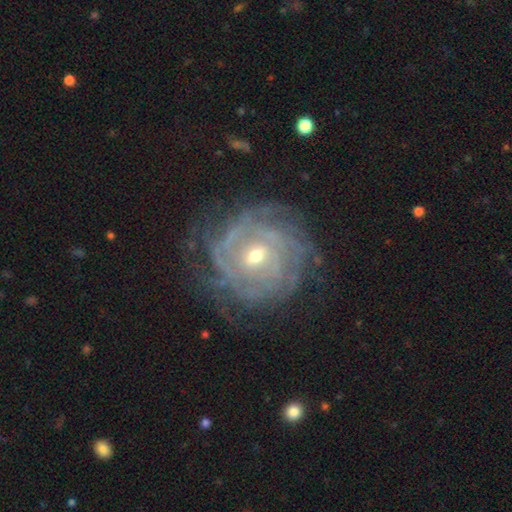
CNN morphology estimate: type=featured or disk (88%); edge-on=no (97%); bar=no (54%); spiral arms=yes (96%); winding=tight (80%); arm count=can't tell (37%); bulge=small (51%); merging=none (75%).